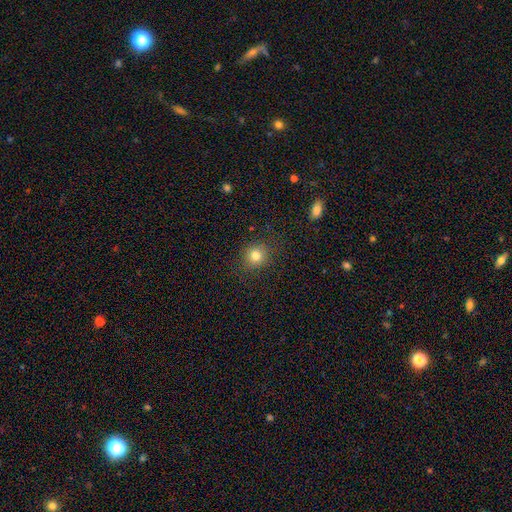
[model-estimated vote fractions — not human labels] Q: Smooth or featured?
A: smooth (80%); runner-up: star or artifact (13%)
Q: How rounded?
A: round (87%); runner-up: in between (12%)
Q: Merging?
A: none (87%); runner-up: minor disturbance (8%)